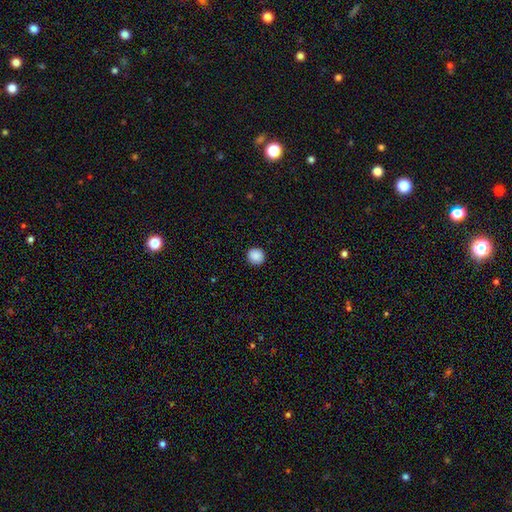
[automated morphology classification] Smooth or featured? Predicted: smooth (p=0.89). How rounded? Predicted: round (p=0.94). Merging? Predicted: none (p=0.93).